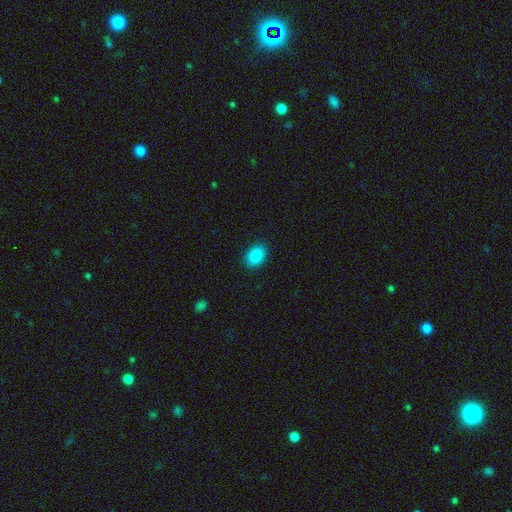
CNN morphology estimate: type=smooth (88%); roundness=in between (79%); merging=none (89%).